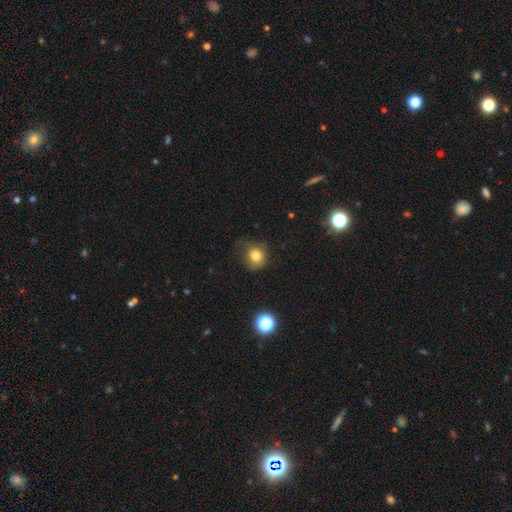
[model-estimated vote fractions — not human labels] smooth_or_featured: smooth (p=0.79) [alt: star or artifact p=0.12]
how_rounded: round (p=0.79) [alt: in between p=0.20]
merging: none (p=0.55) [alt: minor disturbance p=0.28]